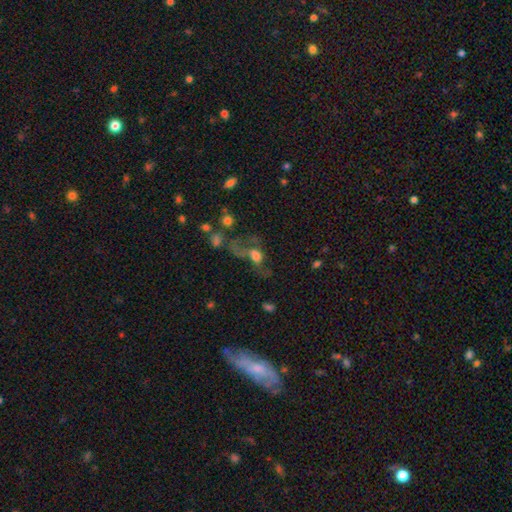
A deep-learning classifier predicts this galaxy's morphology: smooth-or-featured: smooth: 51% | featured or disk: 33% | star or artifact: 15%
  how-rounded: in between: 62% | round: 33% | cigar-shaped: 5%
  merging: major disturbance: 46% | none: 22% | merger: 19% | minor disturbance: 13%